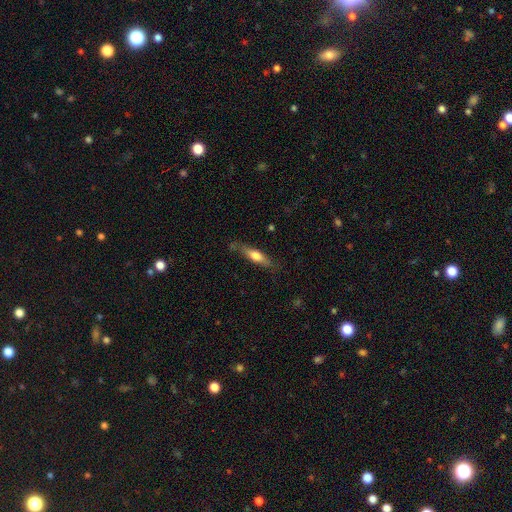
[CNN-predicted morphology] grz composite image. It shows a smooth galaxy with no disk features (57%) that is cigar-shaped (73%). Merging: none (74%).